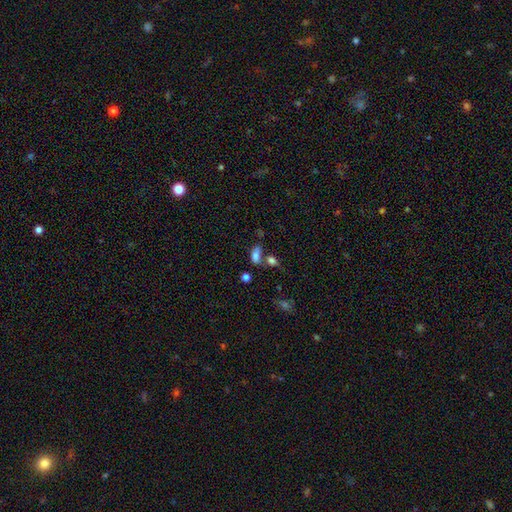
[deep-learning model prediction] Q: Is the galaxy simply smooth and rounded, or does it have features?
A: smooth — 76%.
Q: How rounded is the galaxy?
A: in between — 84%.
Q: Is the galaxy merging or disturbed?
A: none — 44%.